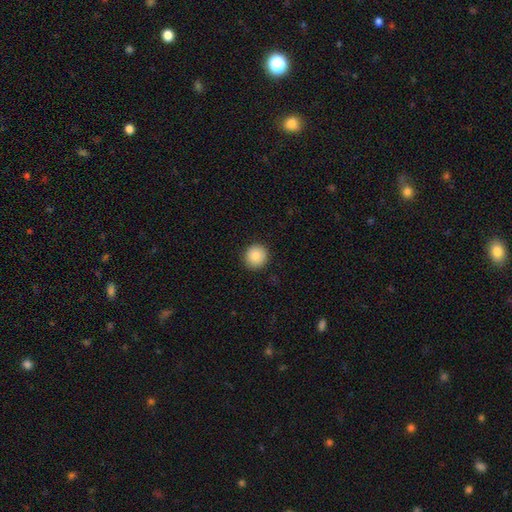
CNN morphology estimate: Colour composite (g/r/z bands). It shows a smooth galaxy with no disk features (87%) that is round (93%). Merging: none (91%).